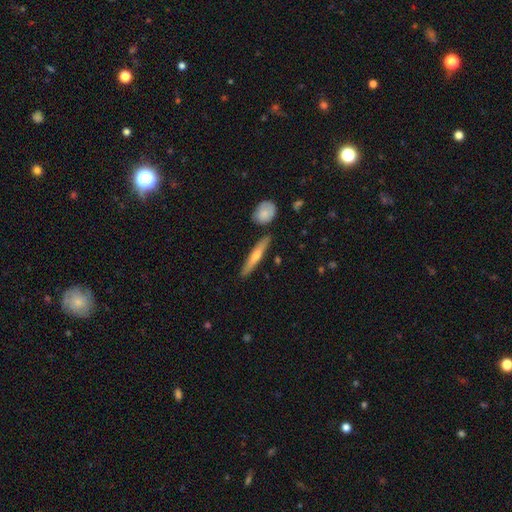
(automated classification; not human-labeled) This is possibly a featured or disk galaxy (56%). It is clearly viewed edge-on (94%). Edge-on bulge: clearly rounded (81%). Merging: clearly none (87%).